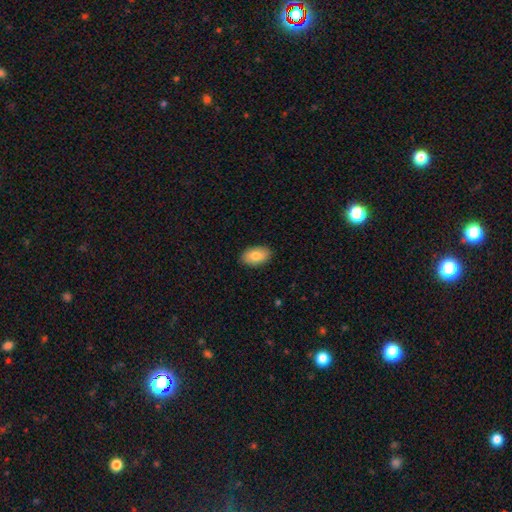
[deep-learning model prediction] This appears to be a smooth galaxy with no disk features (83%) that is in between round and cigar-shaped (93%). Merging: none (89%).